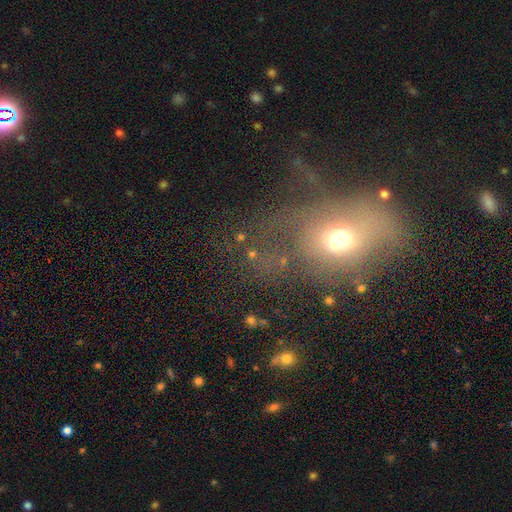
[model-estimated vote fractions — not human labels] A smooth galaxy with no disk features (48%). Merging: none (39%).